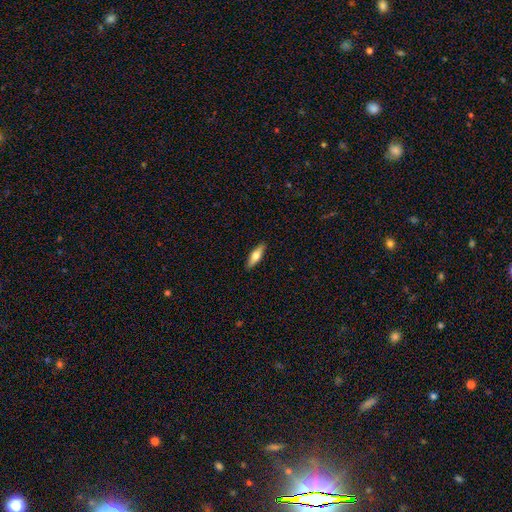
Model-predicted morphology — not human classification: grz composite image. It shows a smooth galaxy with no disk features (65%) that is cigar-shaped (49%). Merging: none (89%).